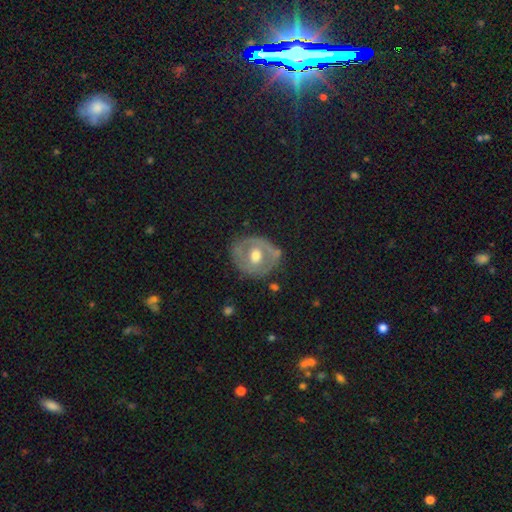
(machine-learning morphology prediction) Q: Smooth or featured?
A: featured or disk (56%); runner-up: smooth (38%)
Q: Edge-on disk?
A: no (95%); runner-up: yes (5%)
Q: Bar?
A: no (68%); runner-up: weak (25%)
Q: Spiral arms?
A: no (73%); runner-up: yes (27%)
Q: Bulge size?
A: moderate (74%); runner-up: large (17%)
Q: Merging?
A: none (74%); runner-up: minor disturbance (18%)